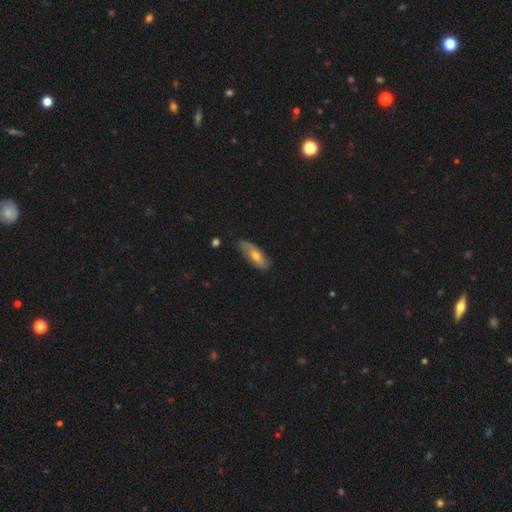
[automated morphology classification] Q: Smooth or featured?
A: smooth (61%); runner-up: featured or disk (32%)
Q: How rounded?
A: in between (71%); runner-up: cigar-shaped (26%)
Q: Merging?
A: none (69%); runner-up: minor disturbance (24%)